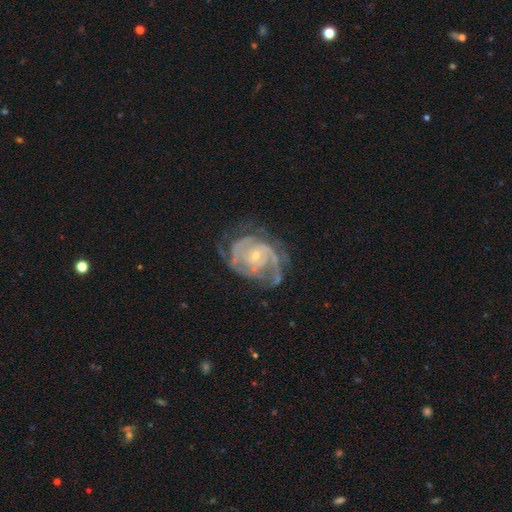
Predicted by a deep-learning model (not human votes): Smooth or featured? Predicted: featured or disk (p=0.88). Edge-on disk? Predicted: no (p=0.98). Bar? Predicted: no (p=0.64). Spiral arms? Predicted: yes (p=0.95). Spiral winding? Predicted: tight (p=0.57). Spiral arm count? Predicted: 2 (p=0.33). Bulge size? Predicted: small (p=0.72). Merging? Predicted: none (p=0.61).